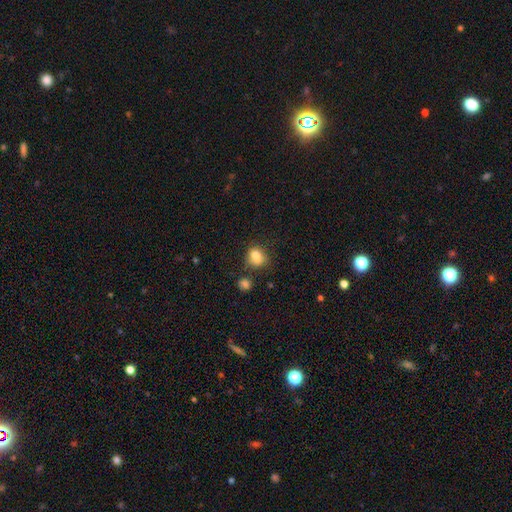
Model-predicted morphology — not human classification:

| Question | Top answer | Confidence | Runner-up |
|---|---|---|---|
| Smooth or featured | smooth | 80% | star or artifact (11%) |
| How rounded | round | 61% | in between (38%) |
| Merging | none | 67% | minor disturbance (20%) |